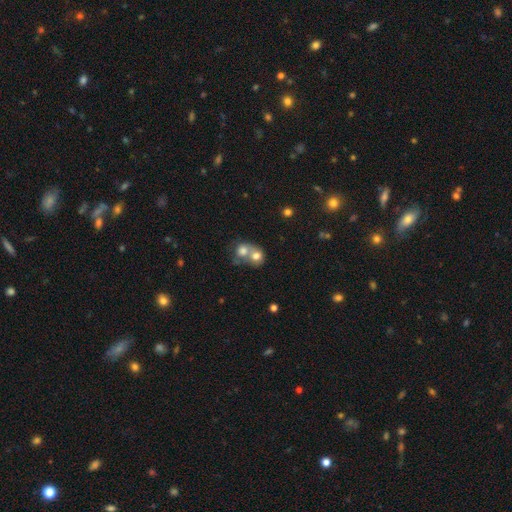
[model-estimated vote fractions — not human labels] Morphology: type=smooth (70%); roundness=round (68%); merging=merger (73%).